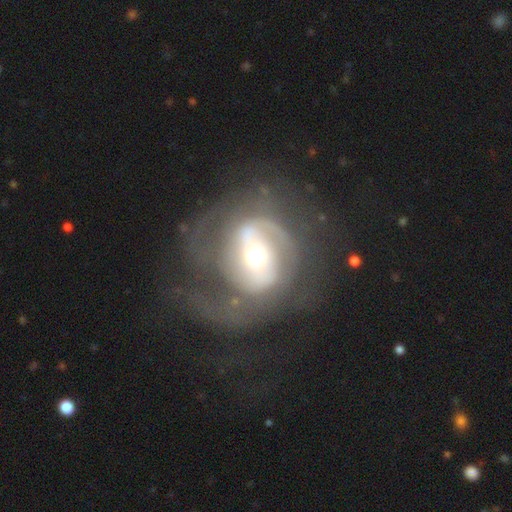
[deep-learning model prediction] This appears to be a featured or disk galaxy (74%) with no bar (38%), 2 (62%) medium (41%) spiral arms (71%) and a moderate central bulge (61%). Merging: none (51%).